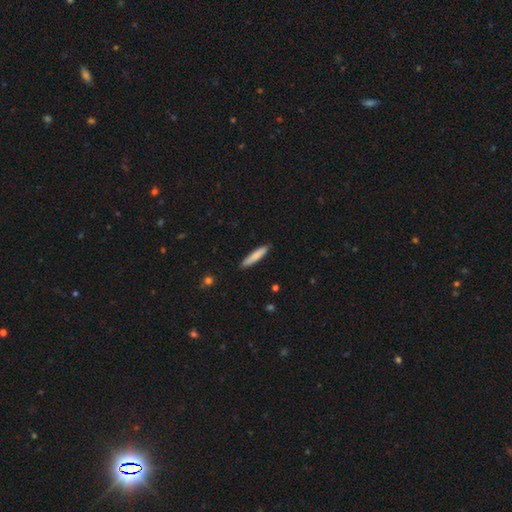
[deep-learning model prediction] Smooth or featured?
  - smooth: 82% *
  - featured or disk: 13%
  - star or artifact: 6%
How rounded?
  - cigar-shaped: 87% *
  - in between: 12%
  - round: 1%
Merging?
  - none: 88% *
  - minor disturbance: 10%
  - major disturbance: 2%
  - merger: 1%